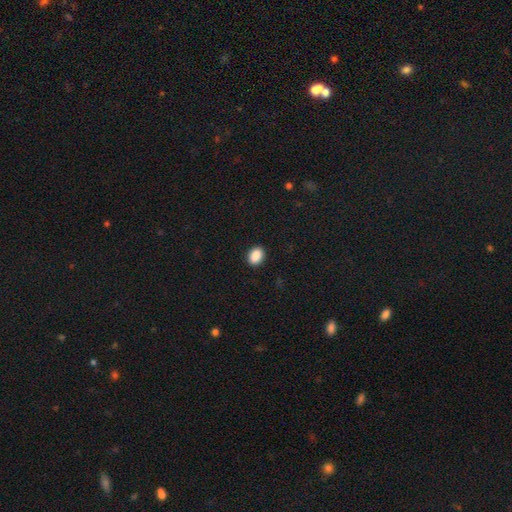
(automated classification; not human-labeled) smooth-or-featured: smooth: 90% | star or artifact: 8% | featured or disk: 2%
  how-rounded: in between: 69% | round: 30% | cigar-shaped: 1%
  merging: none: 91% | minor disturbance: 7% | major disturbance: 2% | merger: 1%